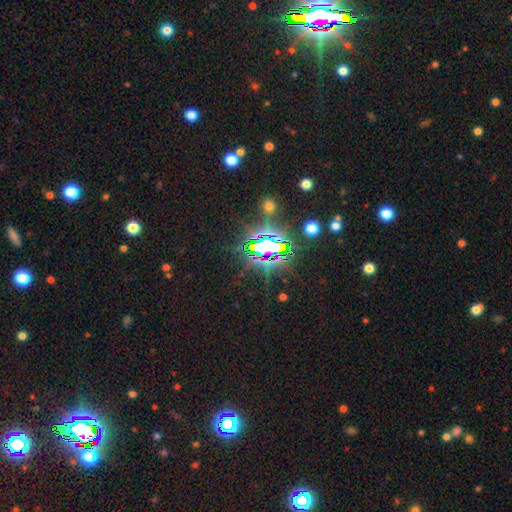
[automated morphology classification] Overall: star or artifact (77%).